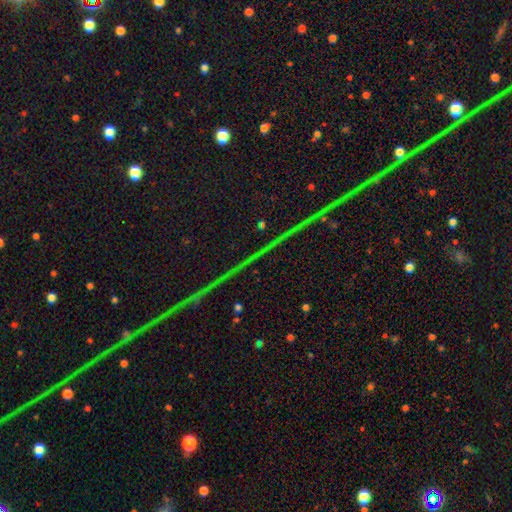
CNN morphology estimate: This appears to be a star or artifact, not a galaxy (86%).